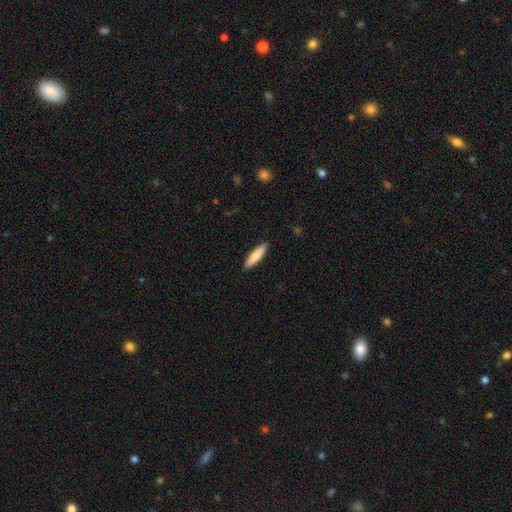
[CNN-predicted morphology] A smooth galaxy with no disk features (78%) that is cigar-shaped (76%).

Vote fractions:
- Smooth or featured? smooth: 78% / featured or disk: 16% / star or artifact: 5%
- How rounded? cigar-shaped: 76% / in between: 23% / round: 1%
- Merging? none: 90% / minor disturbance: 7% / major disturbance: 2% / merger: 1%